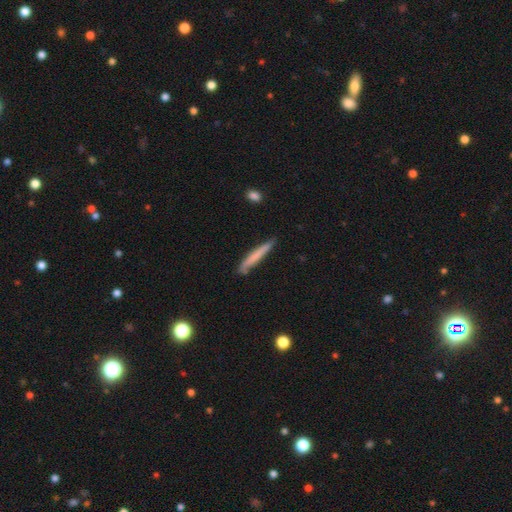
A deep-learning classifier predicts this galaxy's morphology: This is likely a smooth galaxy (68%). How rounded: clearly cigar-shaped (96%). Merging: clearly none (81%).